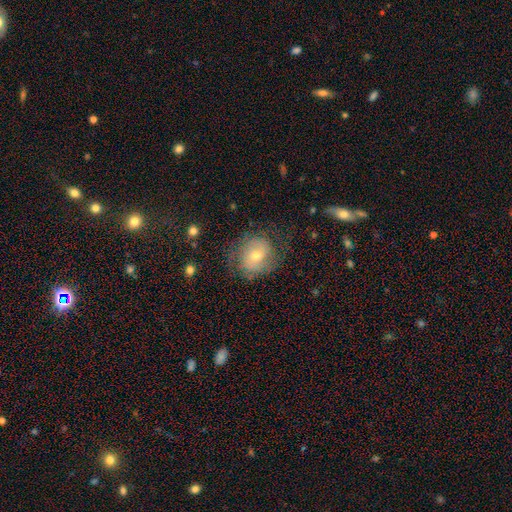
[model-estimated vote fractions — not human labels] This appears to be a smooth galaxy with no disk features (50%). Merging: none (62%).